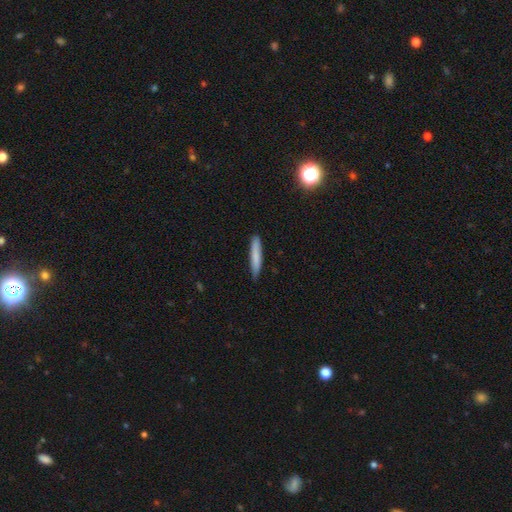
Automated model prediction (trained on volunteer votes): A smooth galaxy with no disk features (77%) that is cigar-shaped (94%).

Vote fractions:
- Smooth or featured? smooth: 77% / featured or disk: 16% / star or artifact: 6%
- How rounded? cigar-shaped: 94% / in between: 5% / round: 1%
- Merging? none: 85% / minor disturbance: 12% / major disturbance: 2% / merger: 1%